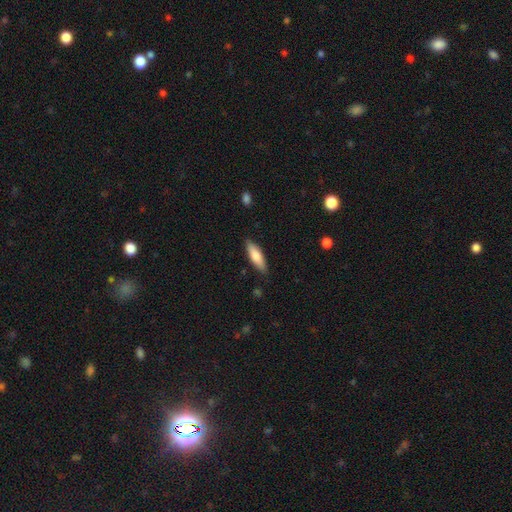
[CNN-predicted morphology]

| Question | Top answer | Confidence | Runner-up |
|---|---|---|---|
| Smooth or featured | smooth | 77% | featured or disk (18%) |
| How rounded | cigar-shaped | 51% | in between (47%) |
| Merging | none | 86% | minor disturbance (11%) |